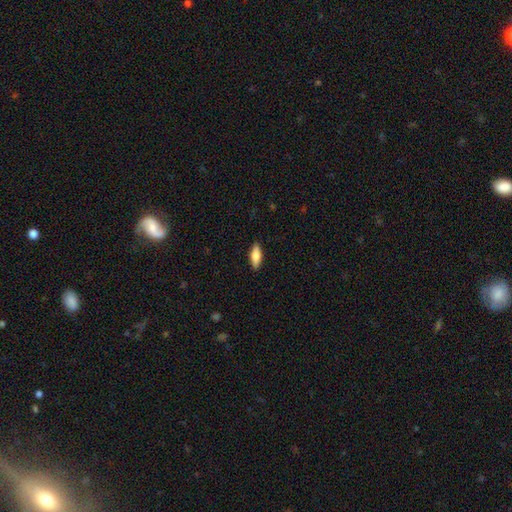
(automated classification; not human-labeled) Smooth or featured: smooth — 75% (featured or disk — 20%)
How rounded: in between — 65% (cigar-shaped — 33%)
Merging: none — 89% (minor disturbance — 8%)